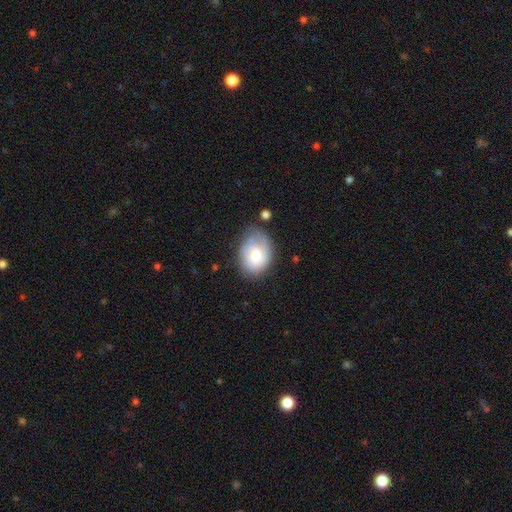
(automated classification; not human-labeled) Morphology: type=smooth (61%); roundness=in between (65%); merging=none (51%).